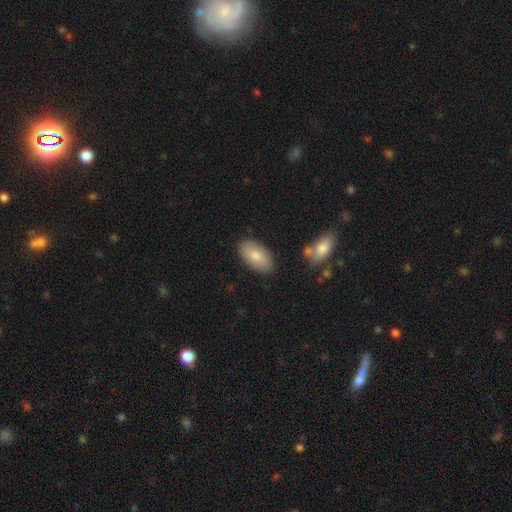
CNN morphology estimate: smooth_or_featured: smooth (p=0.80) [alt: featured or disk p=0.14]
how_rounded: in between (p=0.95) [alt: round p=0.03]
merging: none (p=0.84) [alt: minor disturbance p=0.11]